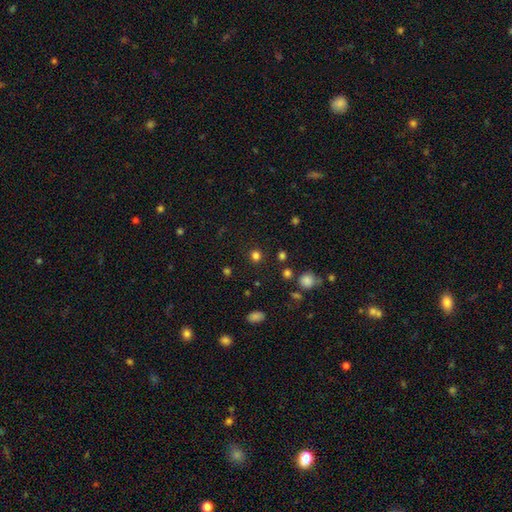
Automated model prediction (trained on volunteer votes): Overall: smooth (77%). How rounded: round (90%). Merging: none (88%).